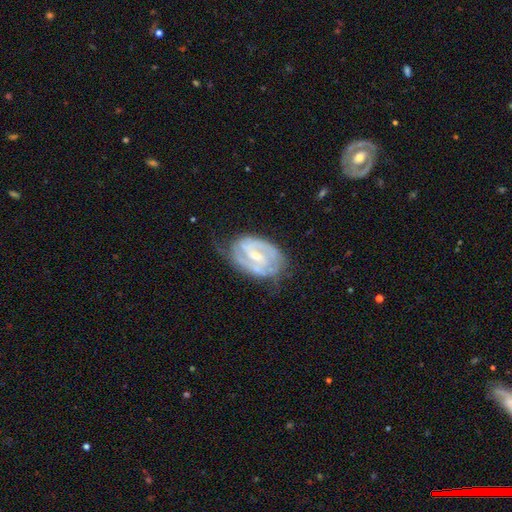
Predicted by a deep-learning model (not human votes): Smooth or featured?
  - featured or disk: 85% *
  - smooth: 9%
  - star or artifact: 6%
Edge-on disk?
  - no: 96% *
  - yes: 4%
Bar?
  - weak: 47% *
  - strong: 31%
  - no: 22%
Spiral arms?
  - yes: 93% *
  - no: 7%
Spiral winding?
  - tight: 52% *
  - medium: 38%
  - loose: 10%
Spiral arm count?
  - 2: 66% *
  - can't tell: 16%
  - 3: 9%
  - 1: 4%
  - 4: 2%
  - more than 4: 2%
Bulge size?
  - small: 53% *
  - moderate: 43%
  - none: 2%
  - large: 1%
  - dominant: 1%
Merging?
  - none: 62% *
  - minor disturbance: 25%
  - major disturbance: 12%
  - merger: 2%